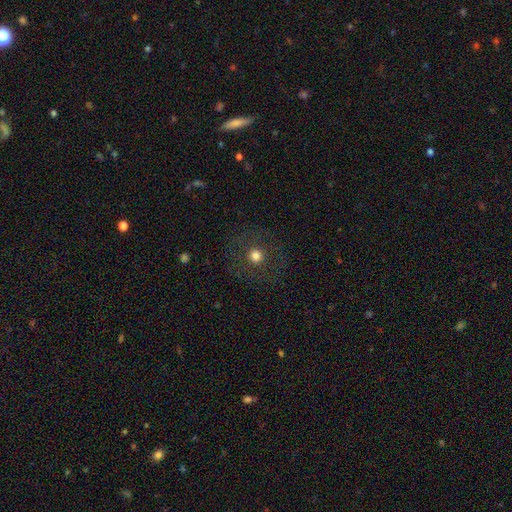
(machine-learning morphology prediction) type=smooth (69%); roundness=round (92%); merging=none (85%).